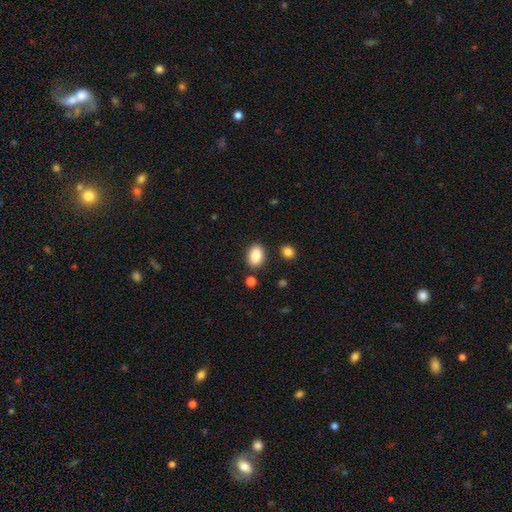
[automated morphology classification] smooth_or_featured: smooth (p=0.88) [alt: star or artifact p=0.08]
how_rounded: in between (p=0.81) [alt: round p=0.17]
merging: none (p=0.84) [alt: minor disturbance p=0.10]